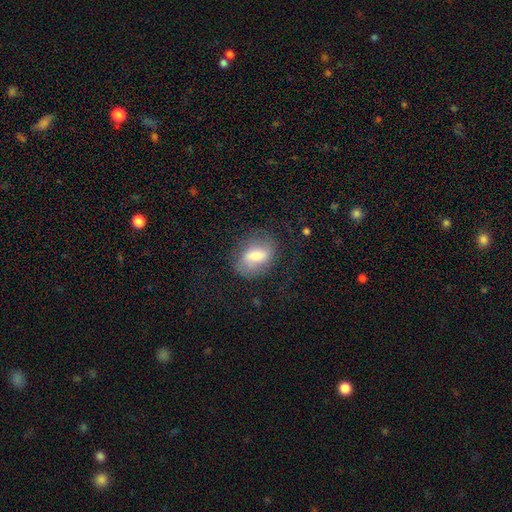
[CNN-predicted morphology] type=smooth (55%); roundness=in between (74%); merging=none (66%).